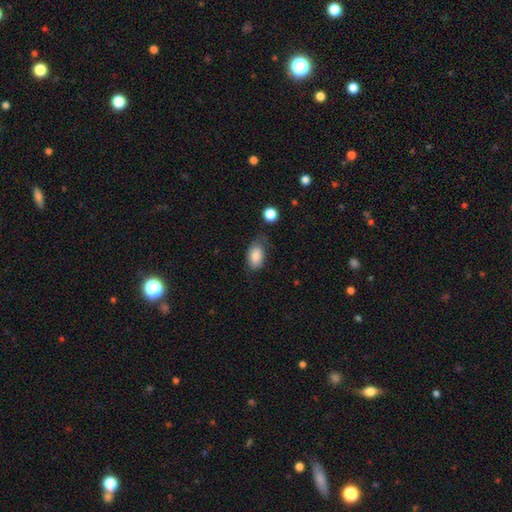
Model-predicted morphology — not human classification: smooth-or-featured: smooth: 84% | featured or disk: 8% | star or artifact: 7%
  how-rounded: in between: 91% | round: 8% | cigar-shaped: 2%
  merging: none: 55% | minor disturbance: 31% | major disturbance: 11% | merger: 4%